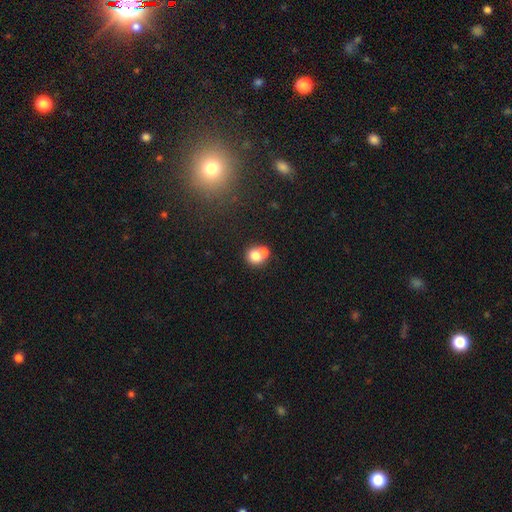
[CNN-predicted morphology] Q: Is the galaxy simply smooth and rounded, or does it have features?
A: smooth — 74%.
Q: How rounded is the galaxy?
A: round — 81%.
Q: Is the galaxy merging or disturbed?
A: merger — 53%.